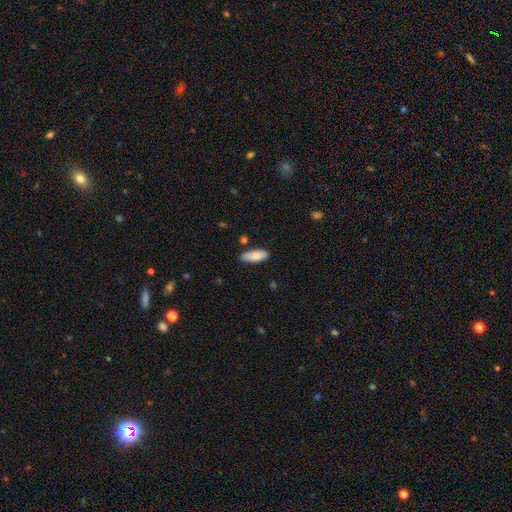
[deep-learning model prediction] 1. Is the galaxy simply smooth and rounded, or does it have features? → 82% smooth, 12% featured or disk, 6% star or artifact.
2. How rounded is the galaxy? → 75% in between, 23% cigar-shaped, 2% round.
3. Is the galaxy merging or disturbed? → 83% none, 12% minor disturbance, 3% merger, 2% major disturbance.